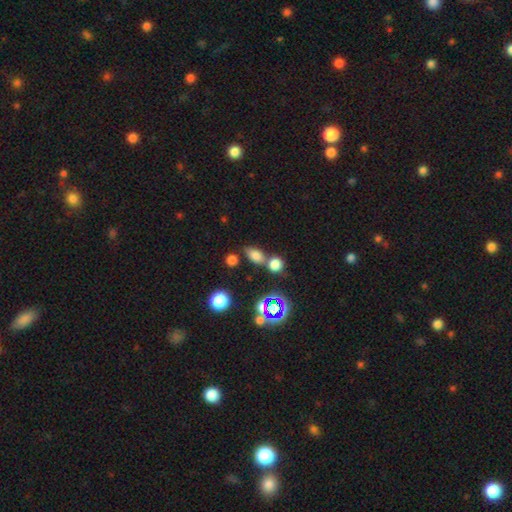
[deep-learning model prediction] Morphology: type=smooth (72%); roundness=in between (74%); merging=none (56%).